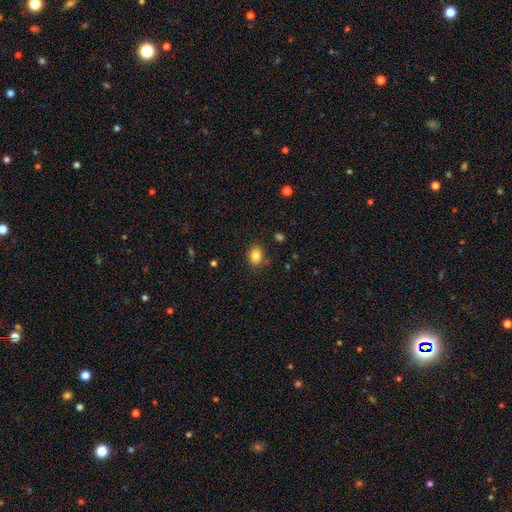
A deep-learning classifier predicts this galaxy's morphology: smooth 84%, star or artifact 10%, featured or disk 7%. Down the decision tree: how rounded — in between (68%); merging — none (81%).